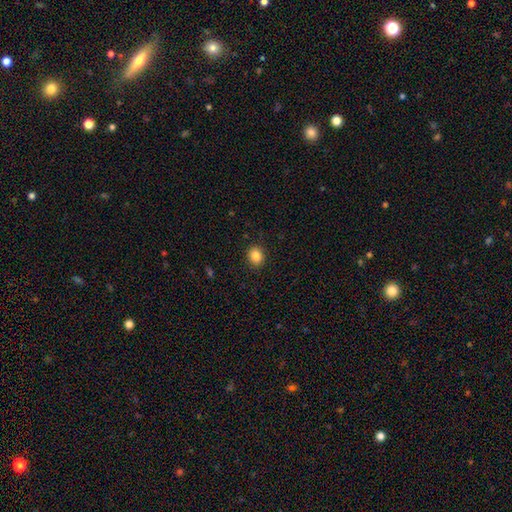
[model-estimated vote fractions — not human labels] Smooth or featured? smooth (85%)
How rounded? round (69%)
Merging? none (91%)